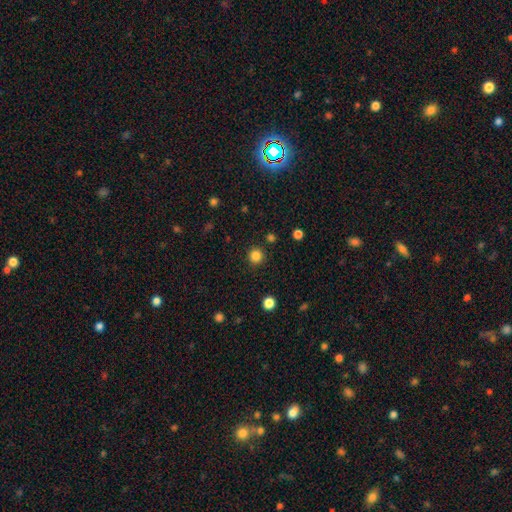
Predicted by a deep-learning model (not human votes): This appears to be a smooth galaxy with no disk features (84%) that is round (95%). Merging: none (91%).